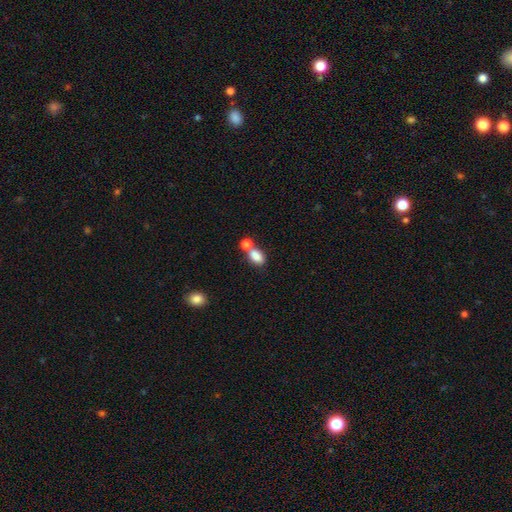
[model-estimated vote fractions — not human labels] Q: Smooth or featured?
A: smooth (84%); runner-up: star or artifact (9%)
Q: How rounded?
A: in between (85%); runner-up: round (12%)
Q: Merging?
A: merger (46%); runner-up: none (40%)